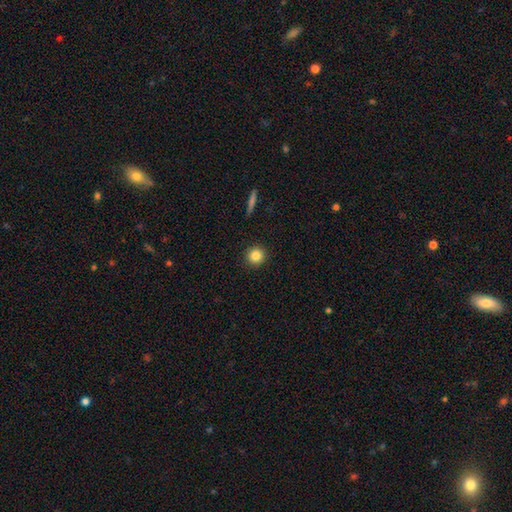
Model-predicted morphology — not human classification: This is clearly a smooth galaxy (84%). How rounded: clearly round (94%). Merging: clearly none (92%).